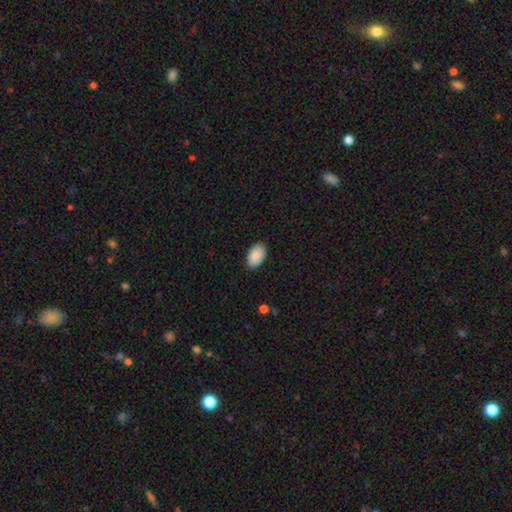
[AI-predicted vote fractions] smooth-or-featured: smooth: 89% | star or artifact: 6% | featured or disk: 5%
  how-rounded: in between: 94% | round: 5% | cigar-shaped: 1%
  merging: none: 88% | minor disturbance: 9% | major disturbance: 2% | merger: 1%